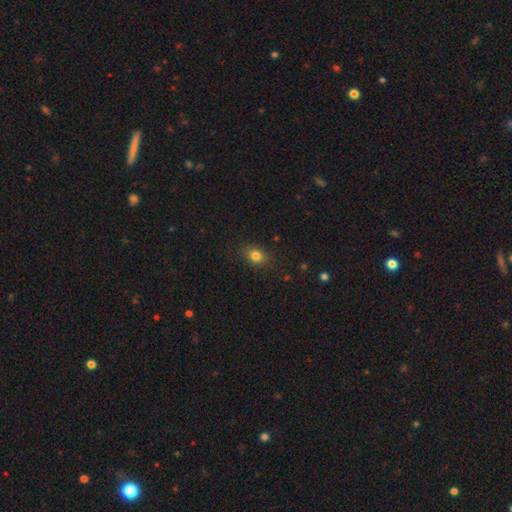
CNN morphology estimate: Q: Smooth or featured?
A: smooth (81%); runner-up: star or artifact (12%)
Q: How rounded?
A: round (50%); runner-up: in between (49%)
Q: Merging?
A: none (86%); runner-up: minor disturbance (10%)